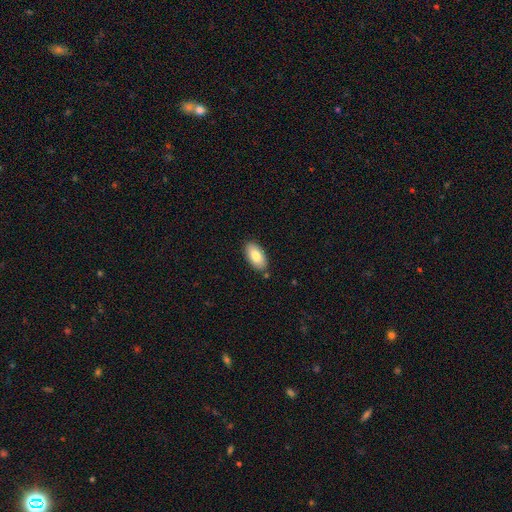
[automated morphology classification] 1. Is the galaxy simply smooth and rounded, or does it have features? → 83% smooth, 11% featured or disk, 6% star or artifact.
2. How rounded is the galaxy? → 94% in between, 4% cigar-shaped, 2% round.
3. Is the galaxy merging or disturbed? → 86% none, 10% minor disturbance, 2% merger, 2% major disturbance.